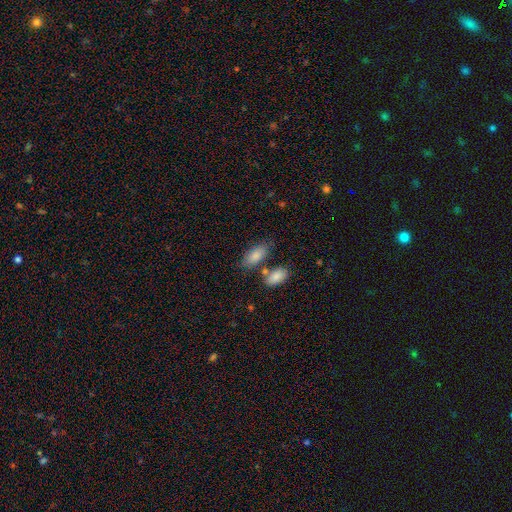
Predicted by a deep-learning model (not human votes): A smooth galaxy with no disk features (85%) that is in between round and cigar-shaped (88%). Merging: none (62%).